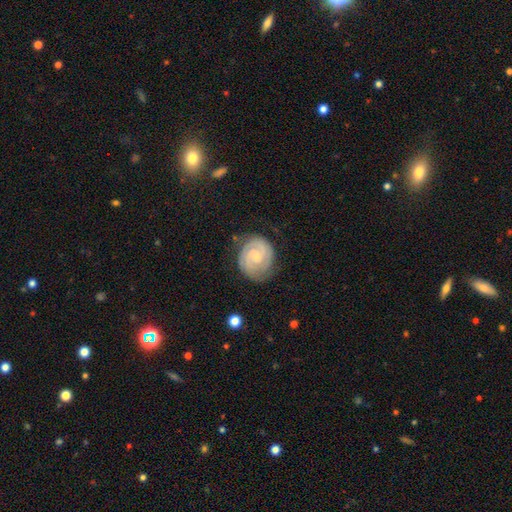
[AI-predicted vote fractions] Smooth or featured? Predicted: featured or disk (p=0.85). Edge-on disk? Predicted: no (p=0.98). Bar? Predicted: no (p=0.64). Spiral arms? Predicted: yes (p=0.97). Spiral winding? Predicted: tight (p=0.75). Spiral arm count? Predicted: 2 (p=0.71). Bulge size? Predicted: small (p=0.69). Merging? Predicted: none (p=0.79).